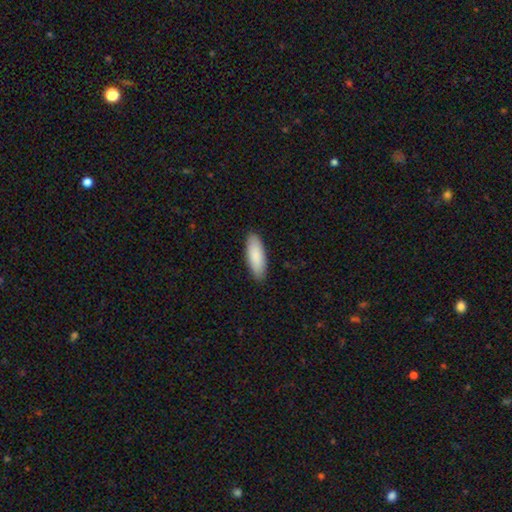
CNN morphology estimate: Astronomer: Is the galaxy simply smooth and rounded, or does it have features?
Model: smooth — 89%.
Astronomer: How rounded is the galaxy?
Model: in between — 65%.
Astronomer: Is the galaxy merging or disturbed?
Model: none — 89%.